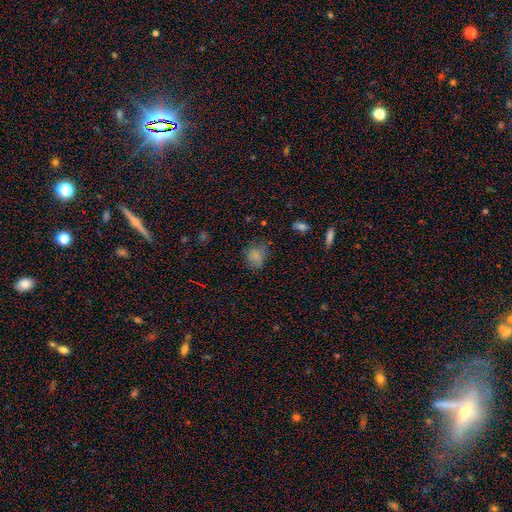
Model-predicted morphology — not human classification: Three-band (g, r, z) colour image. It shows a smooth galaxy with no disk features (74%) that is round (62%). Merging: none (62%).